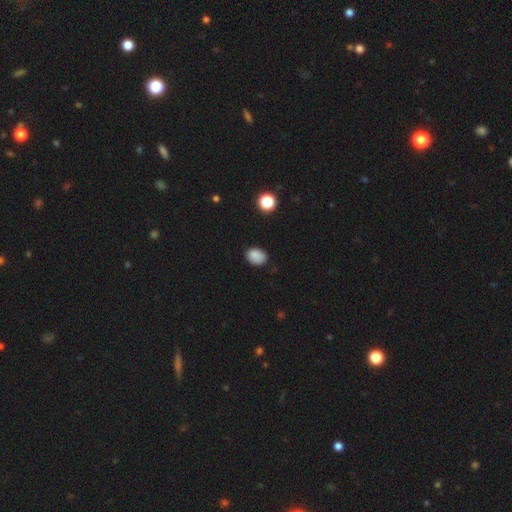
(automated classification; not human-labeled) Smooth or featured? Predicted: smooth (p=0.85). How rounded? Predicted: in between (p=0.65). Merging? Predicted: none (p=0.81).